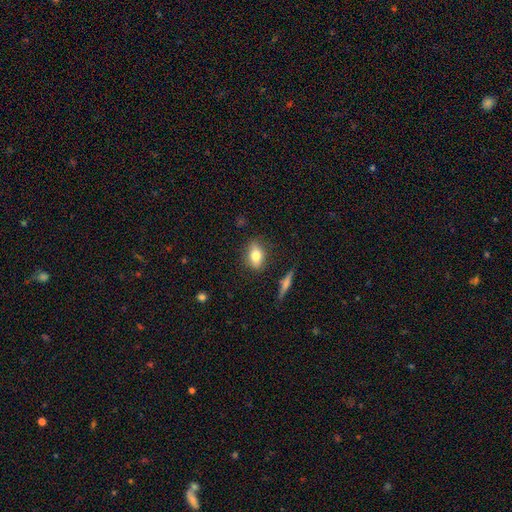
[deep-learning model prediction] smooth-or-featured: smooth: 73% | featured or disk: 19% | star or artifact: 9%
  how-rounded: in between: 76% | round: 16% | cigar-shaped: 8%
  merging: none: 80% | minor disturbance: 14% | major disturbance: 3% | merger: 3%